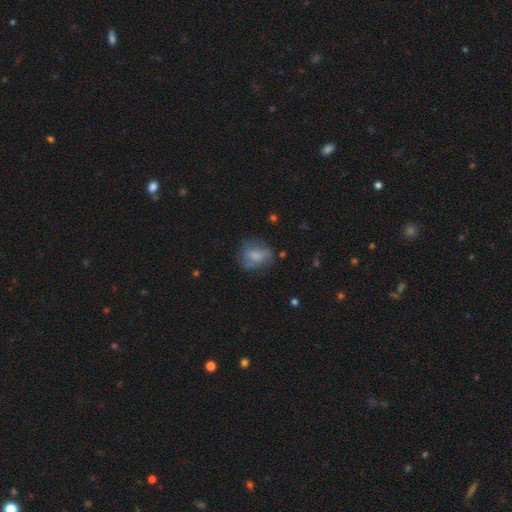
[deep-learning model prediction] This appears to be a smooth galaxy with no disk features (61%) that is round (52%). Merging: none (56%).